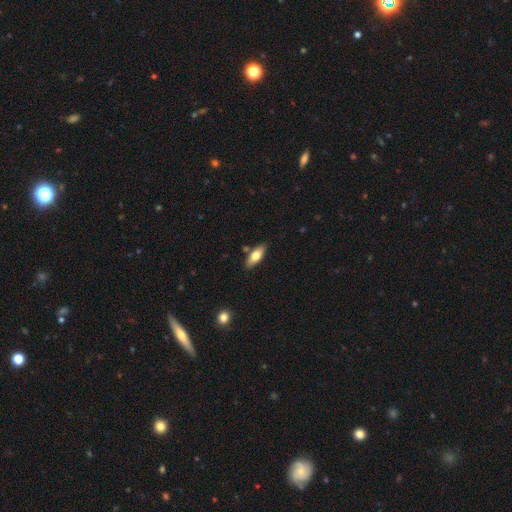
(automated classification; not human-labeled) The model was most divided on "smooth or featured": smooth: 70%, featured or disk: 24%, star or artifact: 6%. More confident: merging — none (83%); how rounded — in between (72%).